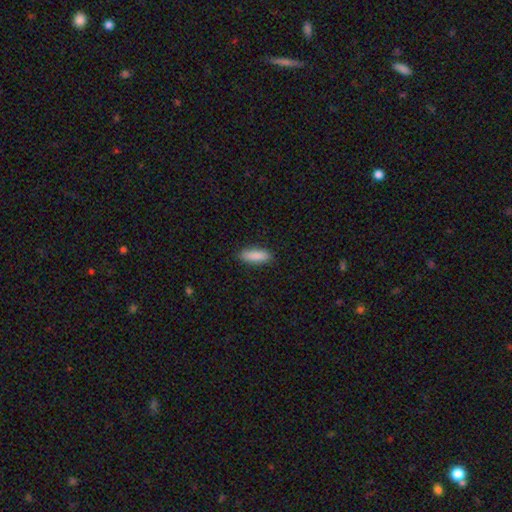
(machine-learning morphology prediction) smooth 88%, featured or disk 7%, star or artifact 6%. Down the decision tree: how rounded — in between (54%); merging — none (87%).